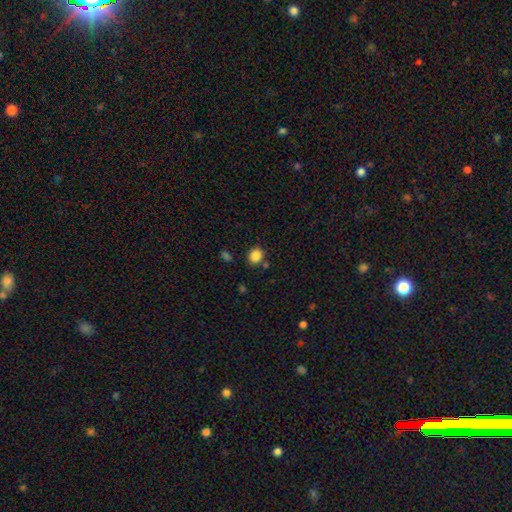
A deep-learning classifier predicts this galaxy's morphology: smooth 87%, star or artifact 10%, featured or disk 3%. Down the decision tree: how rounded — round (63%); merging — none (80%).